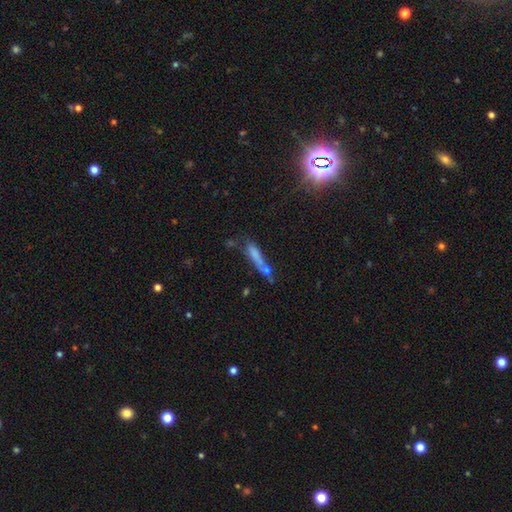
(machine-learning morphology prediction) Smooth or featured? Predicted: smooth (p=0.66). How rounded? Predicted: cigar-shaped (p=0.78). Merging? Predicted: none (p=0.38).